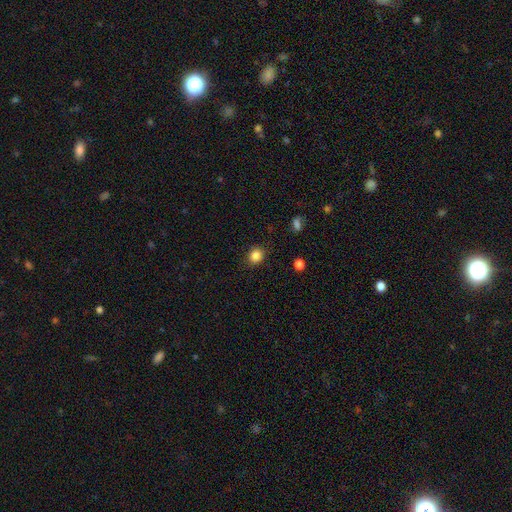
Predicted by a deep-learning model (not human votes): Smooth or featured? Predicted: smooth (p=0.85). How rounded? Predicted: round (p=0.66). Merging? Predicted: none (p=0.88).